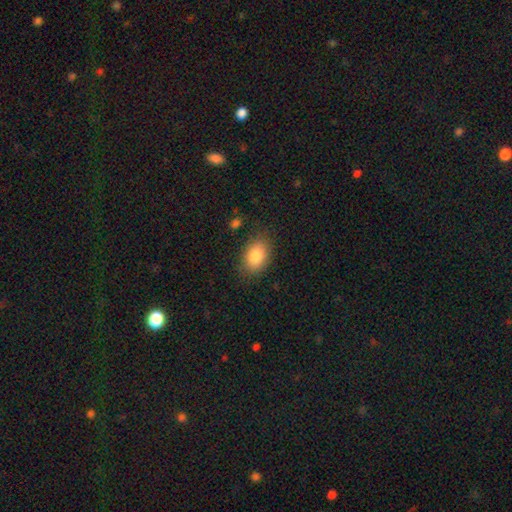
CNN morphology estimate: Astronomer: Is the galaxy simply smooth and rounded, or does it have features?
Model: smooth — 83%.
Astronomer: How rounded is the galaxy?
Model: in between — 81%.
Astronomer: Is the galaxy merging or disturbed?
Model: none — 82%.